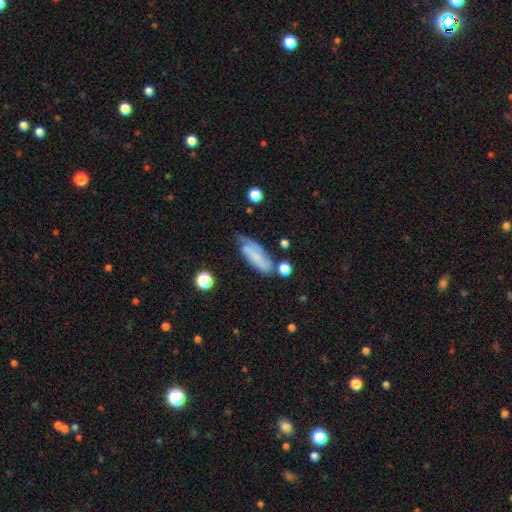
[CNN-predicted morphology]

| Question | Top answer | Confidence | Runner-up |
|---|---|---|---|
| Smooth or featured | smooth | 59% | featured or disk (32%) |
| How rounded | in between | 64% | cigar-shaped (33%) |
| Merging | none | 50% | minor disturbance (30%) |